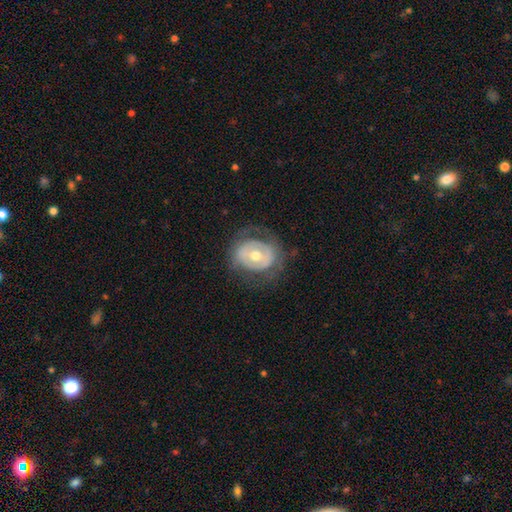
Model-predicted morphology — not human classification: A featured or disk galaxy (64%) with no bar (60%), no spiral arms (67%) and a moderate central bulge (74%).

Vote fractions:
- Smooth or featured? featured or disk: 64% / smooth: 30% / star or artifact: 7%
- Edge-on disk? no: 96% / yes: 4%
- Bar? no: 60% / weak: 26% / strong: 13%
- Spiral arms? no: 67% / yes: 33%
- Bulge size? moderate: 74% / small: 18% / large: 6% / none: 1% / dominant: 1%
- Merging? none: 68% / minor disturbance: 17% / major disturbance: 13% / merger: 1%